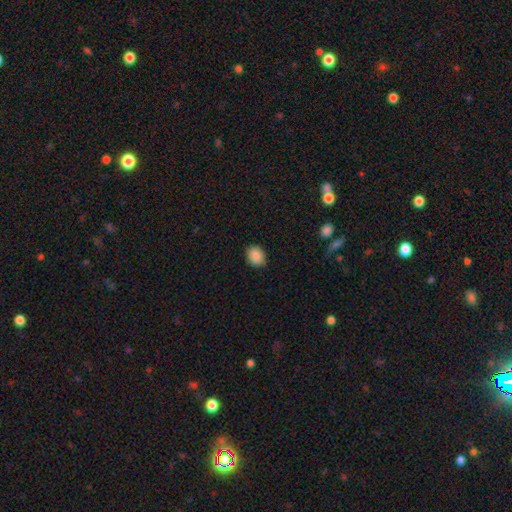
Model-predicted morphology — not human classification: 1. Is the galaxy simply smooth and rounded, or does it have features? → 88% smooth, 8% star or artifact, 4% featured or disk.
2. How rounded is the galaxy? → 55% round, 44% in between, 1% cigar-shaped.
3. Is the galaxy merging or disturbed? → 87% none, 10% minor disturbance, 2% major disturbance, 1% merger.